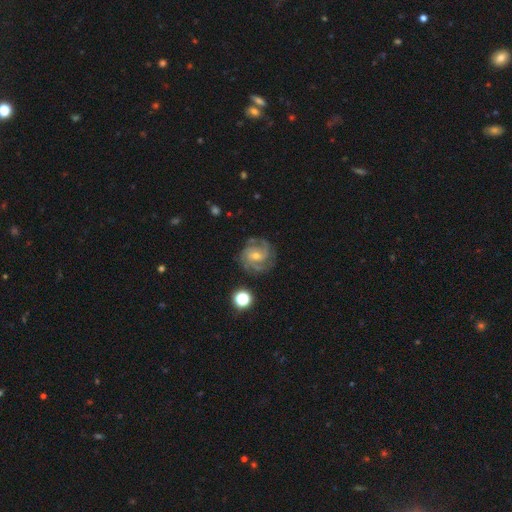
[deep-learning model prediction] Overall: featured or disk (87%). Edge-on disk: no (98%). Bar: no (48%; weak 42%). Spiral arms: yes (97%). Spiral arm count: 3 (42%; 4 17%). Spiral winding: tight (53%; medium 39%). Bulge size: small (52%; moderate 44%). Merging: none (78%).